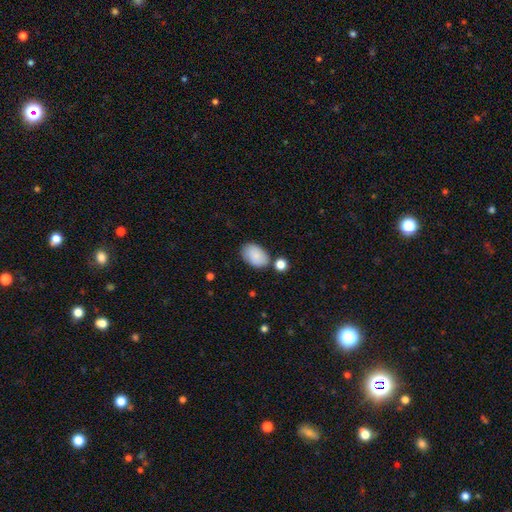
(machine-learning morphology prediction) Smooth or featured? smooth (86%)
How rounded? in between (89%)
Merging? none (71%)